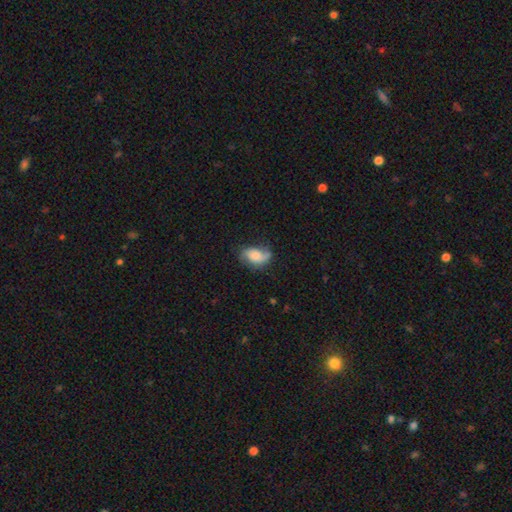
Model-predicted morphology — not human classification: featured or disk 47%, smooth 44%, star or artifact 8%. Down the decision tree: merging — none (59%).